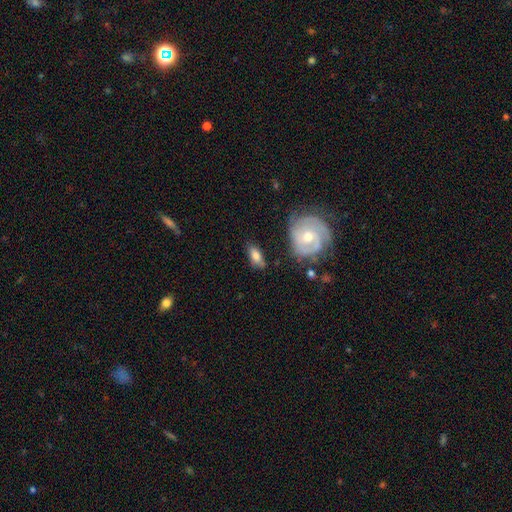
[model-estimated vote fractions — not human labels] A smooth galaxy with no disk features (71%) that is in between round and cigar-shaped (83%).

Vote fractions:
- Smooth or featured? smooth: 71% / featured or disk: 22% / star or artifact: 7%
- How rounded? in between: 83% / cigar-shaped: 10% / round: 7%
- Merging? none: 68% / minor disturbance: 21% / major disturbance: 6% / merger: 5%